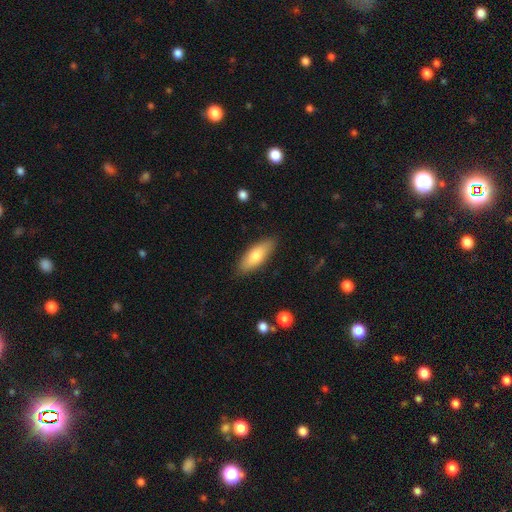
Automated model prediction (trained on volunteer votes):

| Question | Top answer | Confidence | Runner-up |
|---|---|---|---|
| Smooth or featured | smooth | 74% | featured or disk (20%) |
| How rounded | in between | 67% | cigar-shaped (31%) |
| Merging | none | 87% | minor disturbance (10%) |